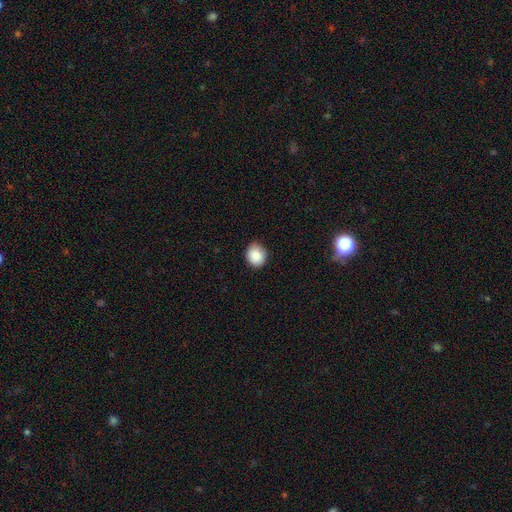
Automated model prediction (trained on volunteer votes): smooth_or_featured: smooth (p=0.87) [alt: star or artifact p=0.08]
how_rounded: round (p=0.73) [alt: in between p=0.26]
merging: none (p=0.82) [alt: minor disturbance p=0.15]